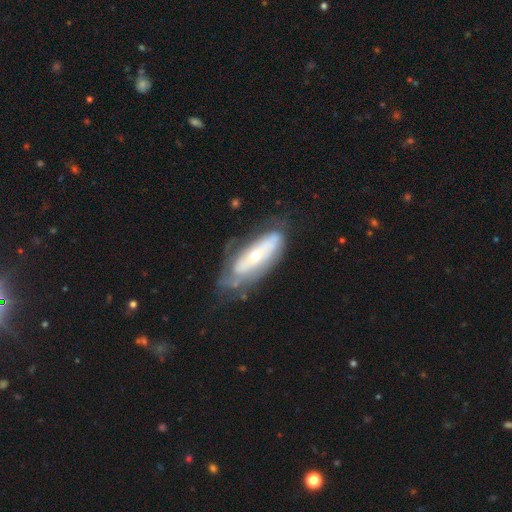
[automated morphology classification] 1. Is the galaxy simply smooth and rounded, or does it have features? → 71% featured or disk, 23% smooth, 6% star or artifact.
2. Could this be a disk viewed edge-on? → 82% no, 18% yes.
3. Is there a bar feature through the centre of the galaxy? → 60% no, 22% weak, 17% strong.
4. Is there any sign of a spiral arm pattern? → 70% yes, 30% no.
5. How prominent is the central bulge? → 50% moderate, 44% small, 4% large, 1% none, 1% dominant.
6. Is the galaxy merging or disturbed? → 54% none, 27% minor disturbance, 17% major disturbance, 3% merger.